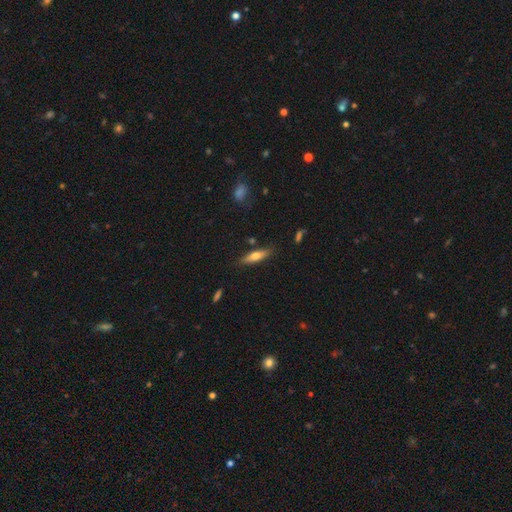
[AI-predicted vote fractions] Smooth or featured? Predicted: smooth (p=0.56). How rounded? Predicted: cigar-shaped (p=0.66). Merging? Predicted: none (p=0.83).